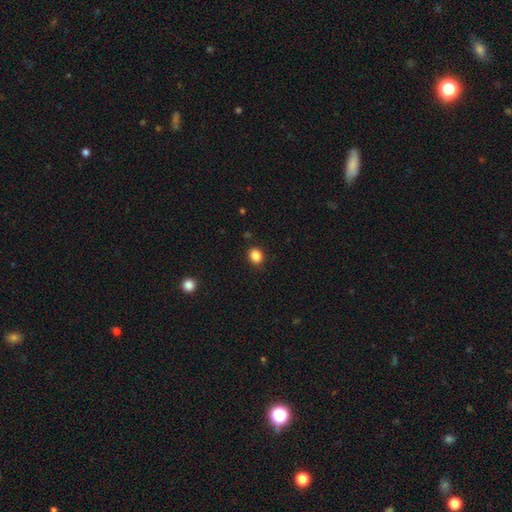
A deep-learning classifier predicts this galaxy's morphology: smooth-or-featured: smooth: 86% | star or artifact: 10% | featured or disk: 4%
  how-rounded: round: 61% | in between: 38% | cigar-shaped: 1%
  merging: none: 88% | minor disturbance: 8% | major disturbance: 2% | merger: 1%